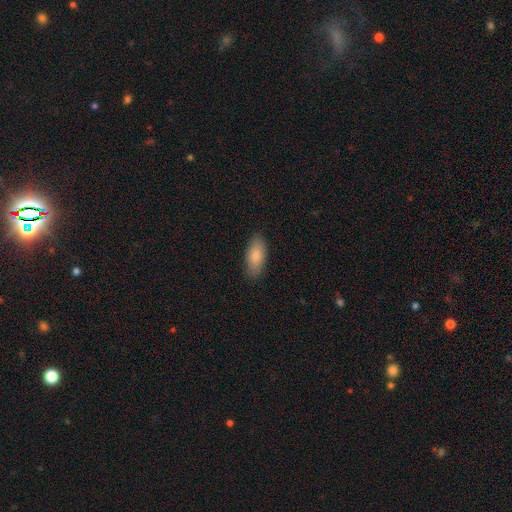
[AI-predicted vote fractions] Smooth or featured?
  - smooth: 85% *
  - featured or disk: 9%
  - star or artifact: 6%
How rounded?
  - in between: 87% *
  - cigar-shaped: 11%
  - round: 2%
Merging?
  - none: 86% *
  - minor disturbance: 11%
  - major disturbance: 2%
  - merger: 1%